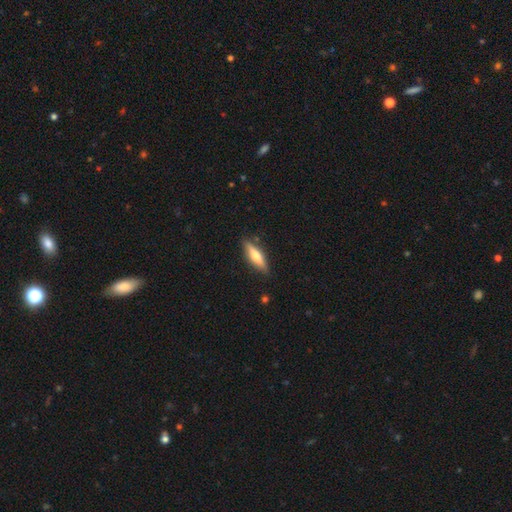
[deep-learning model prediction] smooth-or-featured: smooth: 55% | featured or disk: 39% | star or artifact: 6%
  how-rounded: cigar-shaped: 63% | in between: 35% | round: 2%
  merging: none: 85% | minor disturbance: 11% | major disturbance: 2% | merger: 1%